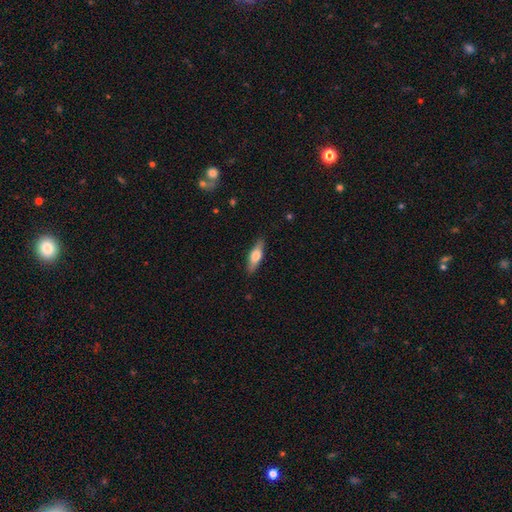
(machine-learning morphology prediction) smooth_or_featured: smooth (p=0.57) [alt: featured or disk p=0.38]
how_rounded: cigar-shaped (p=0.52) [alt: in between p=0.45]
merging: none (p=0.88) [alt: minor disturbance p=0.09]